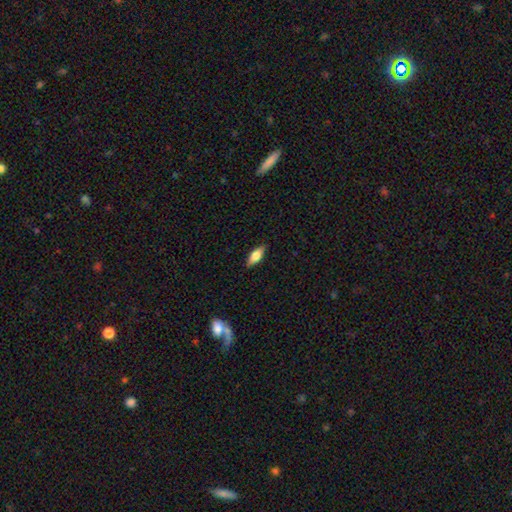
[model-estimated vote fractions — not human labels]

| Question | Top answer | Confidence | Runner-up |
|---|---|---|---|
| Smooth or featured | smooth | 70% | featured or disk (24%) |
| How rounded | in between | 75% | cigar-shaped (22%) |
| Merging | none | 87% | minor disturbance (10%) |